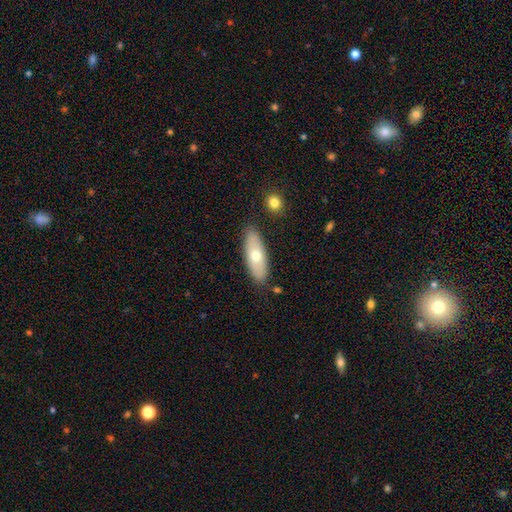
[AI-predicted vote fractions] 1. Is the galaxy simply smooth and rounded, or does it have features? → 63% smooth, 31% featured or disk, 6% star or artifact.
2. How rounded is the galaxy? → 67% in between, 30% cigar-shaped, 3% round.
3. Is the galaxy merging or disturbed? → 84% none, 11% minor disturbance, 3% merger, 2% major disturbance.